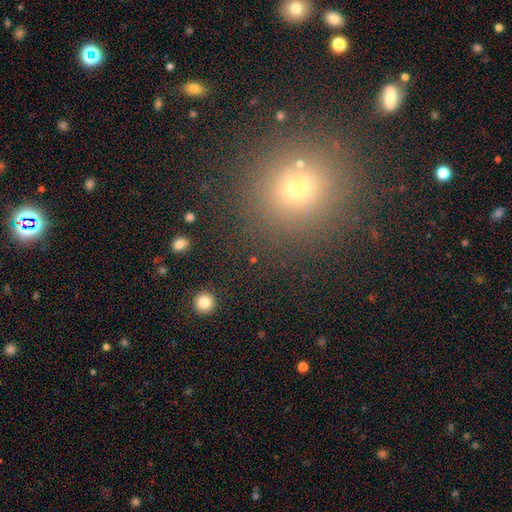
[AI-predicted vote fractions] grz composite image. It shows a smooth galaxy with no disk features (66%) that is round (82%). Merging: none (81%).